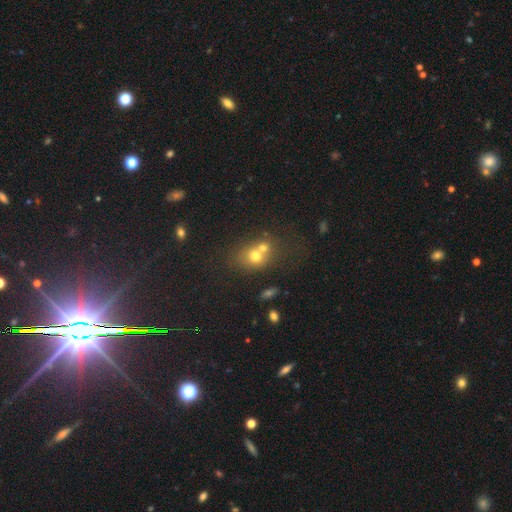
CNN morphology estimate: smooth_or_featured: smooth (p=0.66) [alt: featured or disk p=0.20]
how_rounded: round (p=0.61) [alt: in between p=0.38]
merging: merger (p=0.57) [alt: none p=0.31]